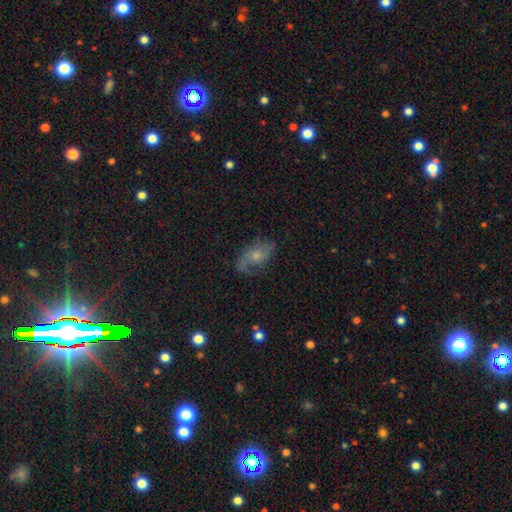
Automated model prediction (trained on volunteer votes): Smooth or featured? Predicted: featured or disk (p=0.67). Edge-on disk? Predicted: no (p=0.94). Bar? Predicted: no (p=0.70). Spiral arms? Predicted: yes (p=0.88). Spiral winding? Predicted: loose (p=0.49). Spiral arm count? Predicted: 2 (p=0.73). Bulge size? Predicted: small (p=0.48). Merging? Predicted: none (p=0.66).